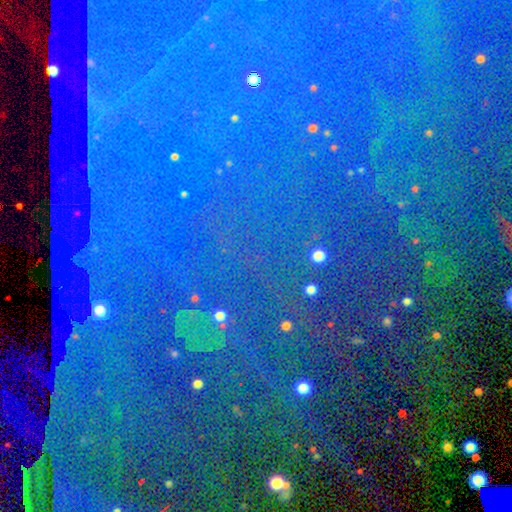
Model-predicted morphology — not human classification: This is clearly a star or artifact rather than a galaxy (84%).